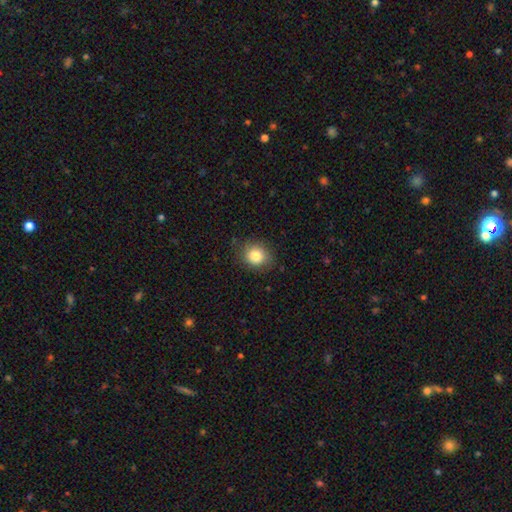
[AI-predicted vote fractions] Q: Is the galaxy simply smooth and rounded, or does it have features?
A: smooth — 83%.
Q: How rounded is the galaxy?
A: round — 73%.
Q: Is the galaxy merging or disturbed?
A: none — 81%.